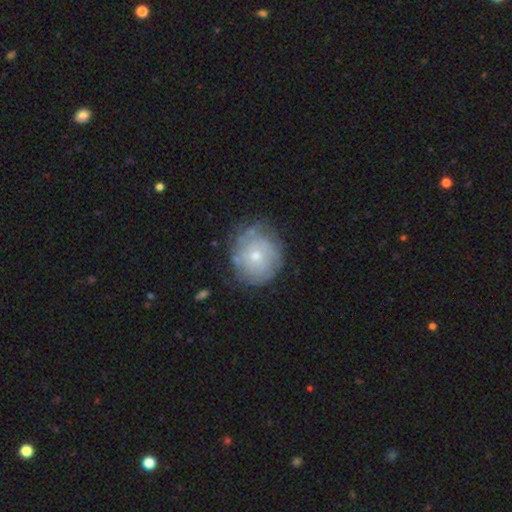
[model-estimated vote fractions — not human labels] A featured or disk galaxy (55%) with no bar (87%), spiral arms (64%) and a small central bulge (59%).

Vote fractions:
- Smooth or featured? featured or disk: 55% / smooth: 37% / star or artifact: 8%
- Edge-on disk? no: 97% / yes: 3%
- Bar? no: 87% / weak: 11% / strong: 2%
- Spiral arms? yes: 64% / no: 36%
- Bulge size? small: 59% / moderate: 37% / large: 2% / none: 1% / dominant: 1%
- Merging? none: 69% / minor disturbance: 22% / major disturbance: 8% / merger: 2%